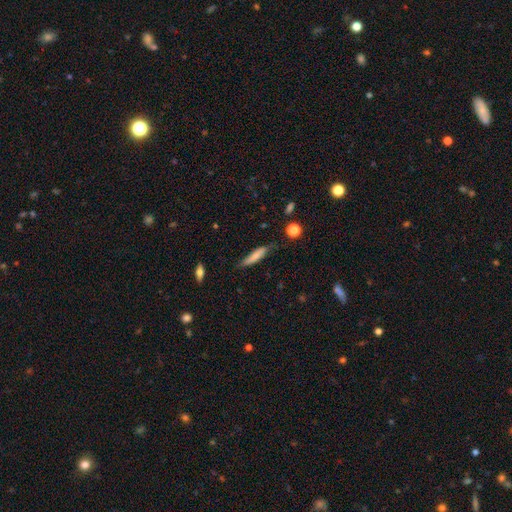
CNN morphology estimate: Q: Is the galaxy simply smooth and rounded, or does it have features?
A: smooth — 70%.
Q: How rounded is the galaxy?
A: cigar-shaped — 81%.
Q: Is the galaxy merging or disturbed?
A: none — 66%.